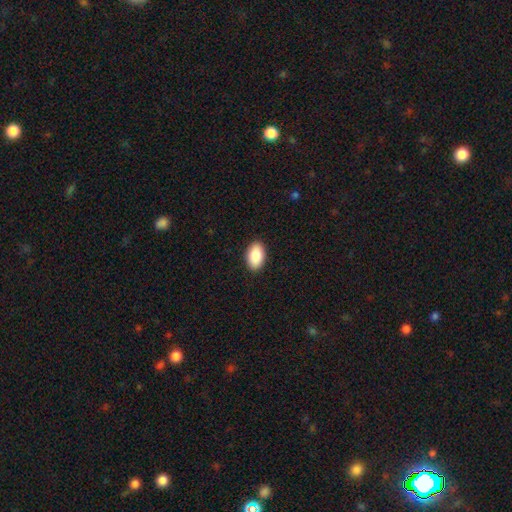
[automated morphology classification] smooth_or_featured: smooth (p=0.88) [alt: star or artifact p=0.06]
how_rounded: in between (p=0.93) [alt: round p=0.05]
merging: none (p=0.91) [alt: minor disturbance p=0.07]